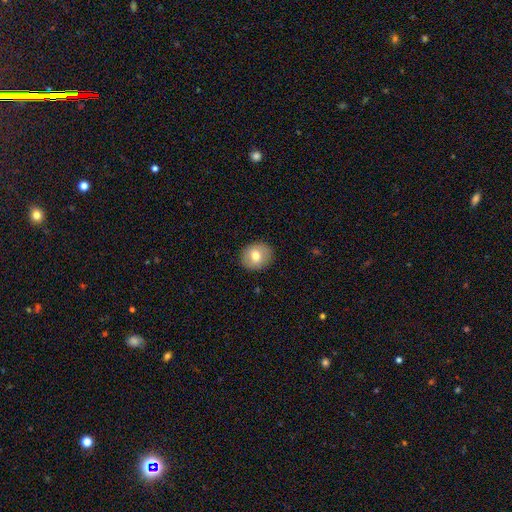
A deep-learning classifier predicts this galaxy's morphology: smooth_or_featured: smooth (p=0.73) [alt: featured or disk p=0.19]
how_rounded: round (p=0.72) [alt: in between p=0.28]
merging: none (p=0.89) [alt: minor disturbance p=0.08]